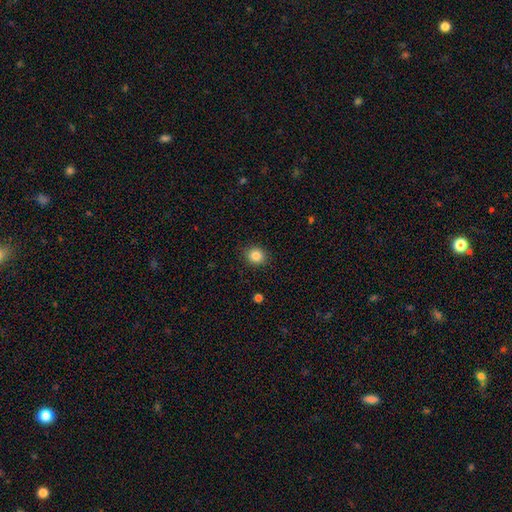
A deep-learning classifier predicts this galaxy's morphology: Smooth or featured: smooth — 85% (star or artifact — 10%)
How rounded: round — 79% (in between — 20%)
Merging: none — 90% (minor disturbance — 7%)